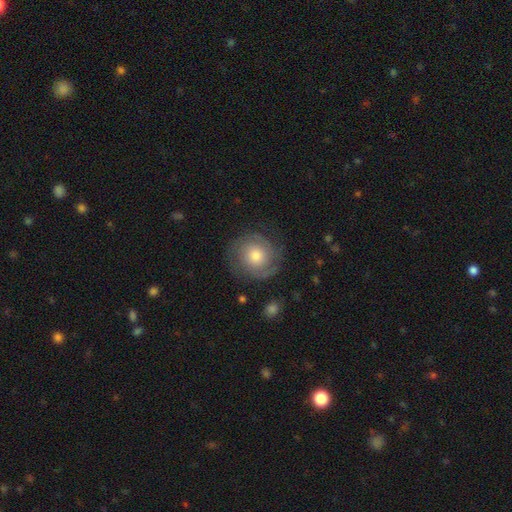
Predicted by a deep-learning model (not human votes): This is possibly a featured or disk galaxy (59%). It is clearly not viewed edge-on (97%). Bar: clearly no (81%). Spiral arm pattern: clearly yes (87%). Central bulge: possibly moderate (58%). Merging: likely none (78%).